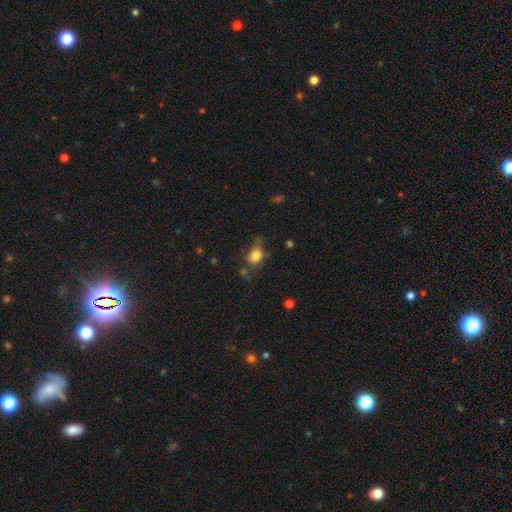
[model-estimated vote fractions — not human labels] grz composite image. It shows a smooth galaxy with no disk features (79%) that is in between round and cigar-shaped (62%). Merging: none (42%).